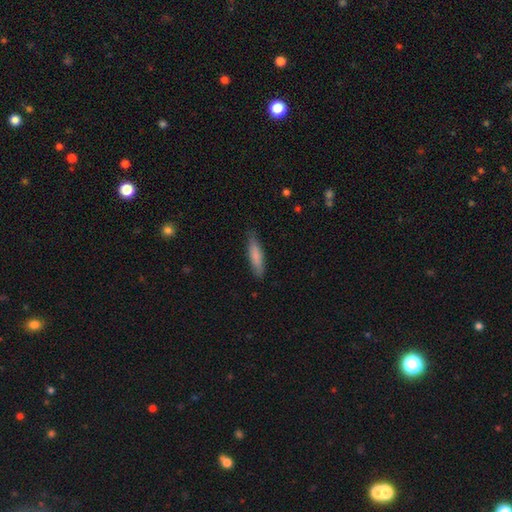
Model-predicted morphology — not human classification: type=smooth (80%); roundness=cigar-shaped (74%); merging=none (84%).